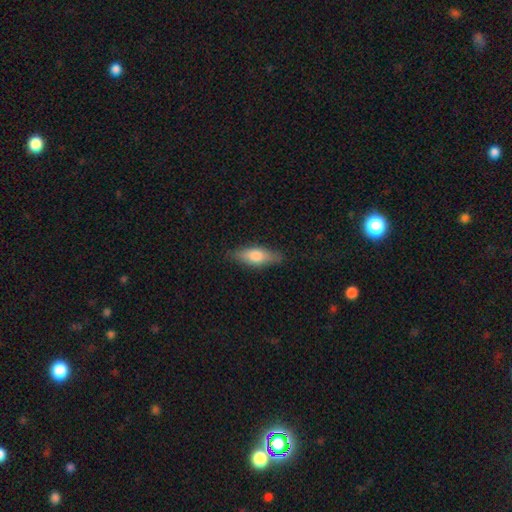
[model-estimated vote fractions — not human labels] This appears to be a smooth galaxy with no disk features (70%) that is in between round and cigar-shaped (65%). Merging: none (82%).